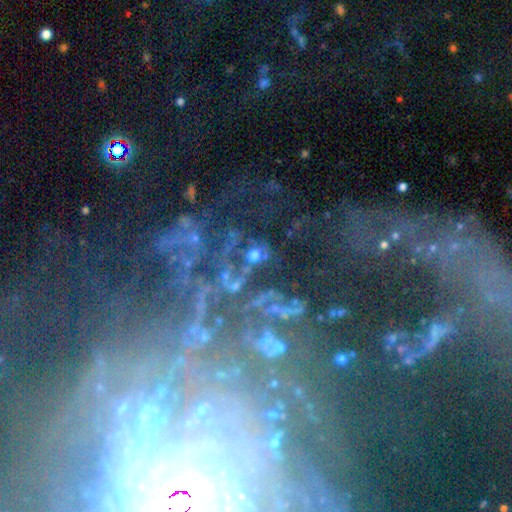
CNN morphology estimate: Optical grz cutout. It shows a featured or disk galaxy (41%). Merging: none (52%).